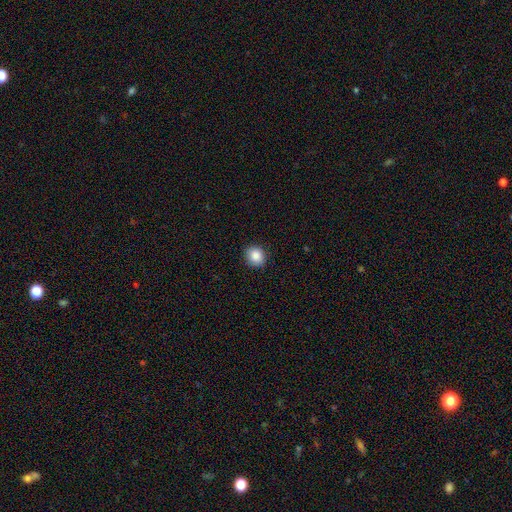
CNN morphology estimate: type=smooth (87%); roundness=round (80%); merging=none (90%).